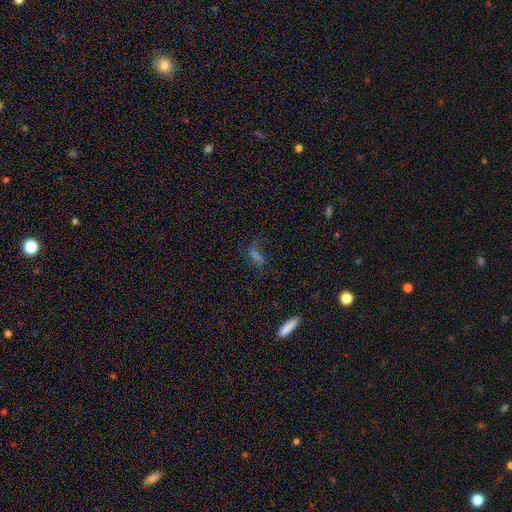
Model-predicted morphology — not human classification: Smooth or featured: smooth — 46% (featured or disk — 29%)
Merging: none — 58% (major disturbance — 19%)